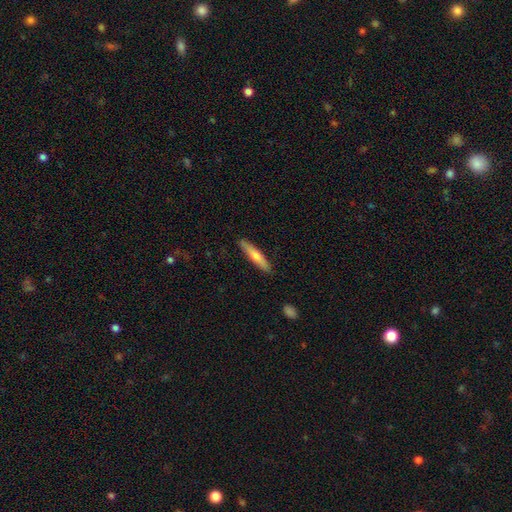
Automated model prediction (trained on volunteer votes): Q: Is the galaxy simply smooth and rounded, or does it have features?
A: smooth — 61%.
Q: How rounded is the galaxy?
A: cigar-shaped — 88%.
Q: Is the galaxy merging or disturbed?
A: none — 90%.